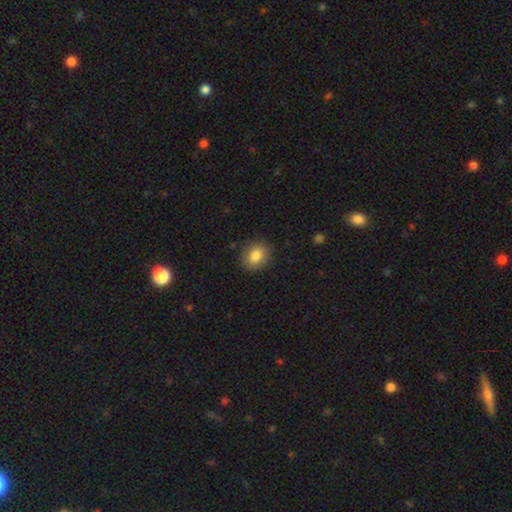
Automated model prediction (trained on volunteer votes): Q: Smooth or featured?
A: smooth (84%); runner-up: star or artifact (9%)
Q: How rounded?
A: round (51%); runner-up: in between (48%)
Q: Merging?
A: none (88%); runner-up: minor disturbance (9%)